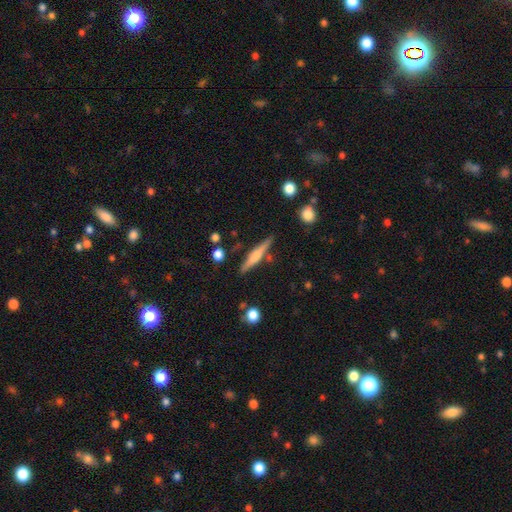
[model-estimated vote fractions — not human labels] A featured or disk galaxy (50%) viewed edge-on (96%).

Vote fractions:
- Smooth or featured? featured or disk: 50% / smooth: 44% / star or artifact: 6%
- Edge-on disk? yes: 96% / no: 4%
- Merging? none: 82% / minor disturbance: 11% / merger: 4% / major disturbance: 2%